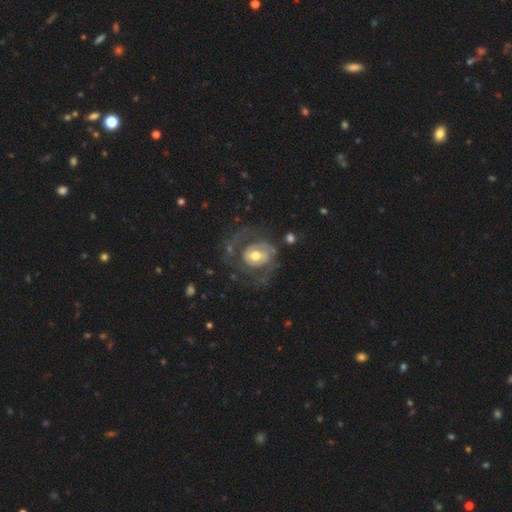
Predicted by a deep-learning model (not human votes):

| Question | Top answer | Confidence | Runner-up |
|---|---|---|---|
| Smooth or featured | featured or disk | 76% | smooth (18%) |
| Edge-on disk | no | 97% | yes (3%) |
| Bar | no | 58% | weak (32%) |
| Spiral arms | yes | 83% | no (17%) |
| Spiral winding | medium | 41% | tight (36%) |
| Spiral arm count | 2 | 60% | can't tell (17%) |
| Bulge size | moderate | 70% | small (16%) |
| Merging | none | 51% | major disturbance (28%) |